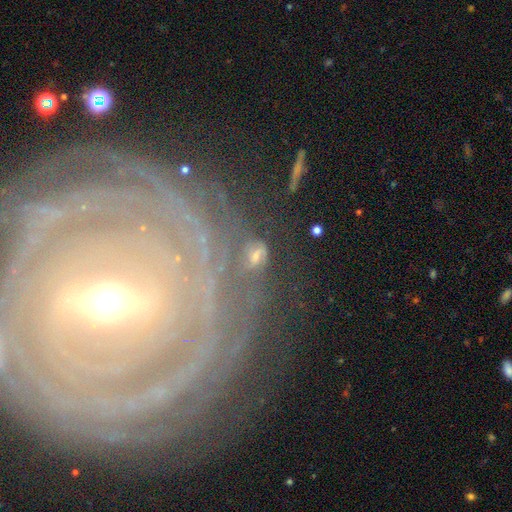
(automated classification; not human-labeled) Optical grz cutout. It shows a featured or disk galaxy (38%). Merging: none (48%).